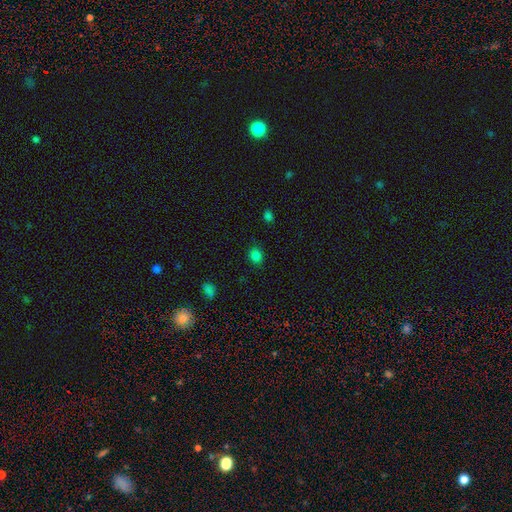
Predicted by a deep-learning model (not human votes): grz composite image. It shows a smooth galaxy with no disk features (81%) that is round (66%). Merging: none (86%).